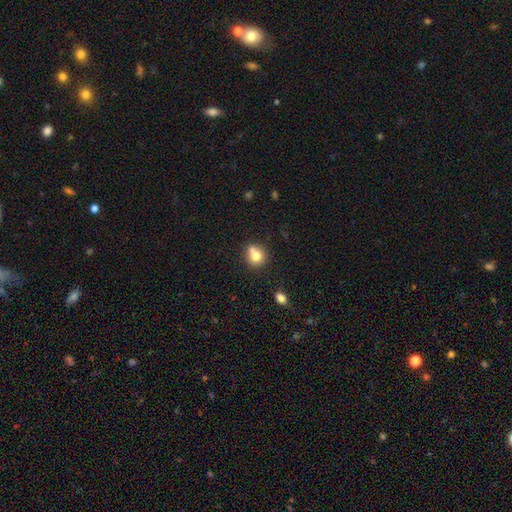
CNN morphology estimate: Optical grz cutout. It shows a smooth galaxy with no disk features (74%) that is round (83%). Merging: none (49%).